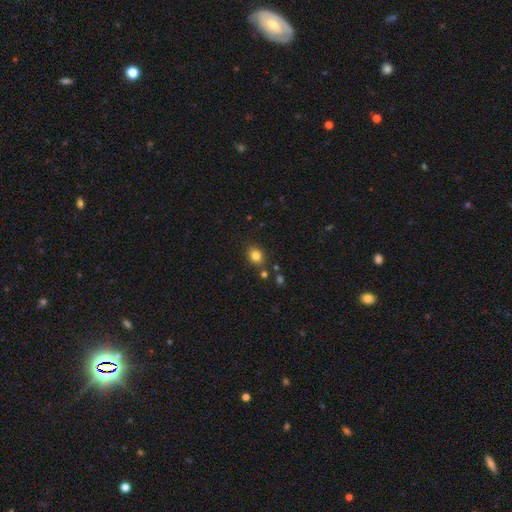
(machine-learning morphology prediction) smooth_or_featured: smooth (p=0.82) [alt: star or artifact p=0.11]
how_rounded: round (p=0.54) [alt: in between p=0.45]
merging: none (p=0.81) [alt: minor disturbance p=0.11]